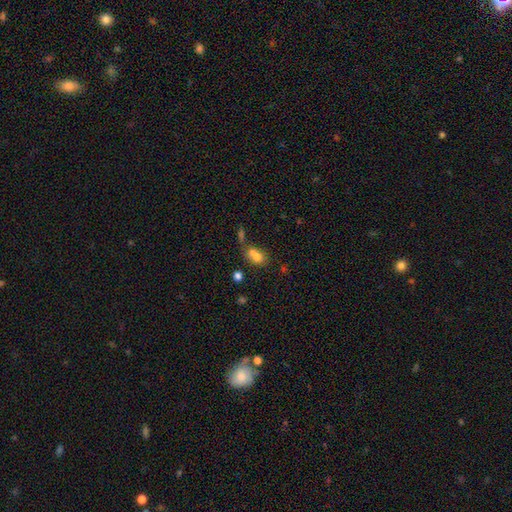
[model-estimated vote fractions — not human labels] A smooth galaxy with no disk features (73%) that is in between round and cigar-shaped (65%).

Vote fractions:
- Smooth or featured? smooth: 73% / featured or disk: 15% / star or artifact: 12%
- How rounded? in between: 65% / round: 32% / cigar-shaped: 2%
- Merging? merger: 59% / none: 25% / minor disturbance: 9% / major disturbance: 6%